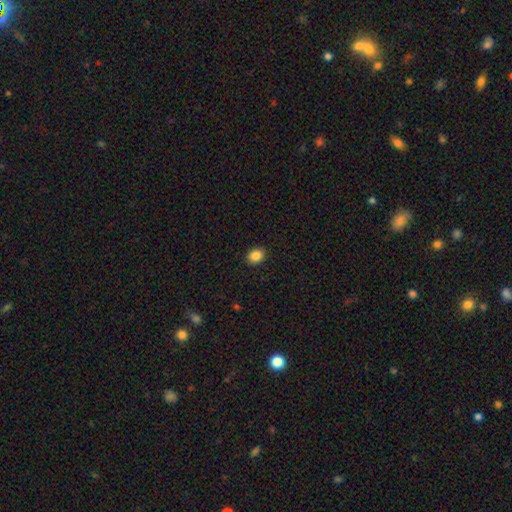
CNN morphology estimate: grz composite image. It shows a smooth galaxy with no disk features (87%) that is in between round and cigar-shaped (55%). Merging: none (91%).